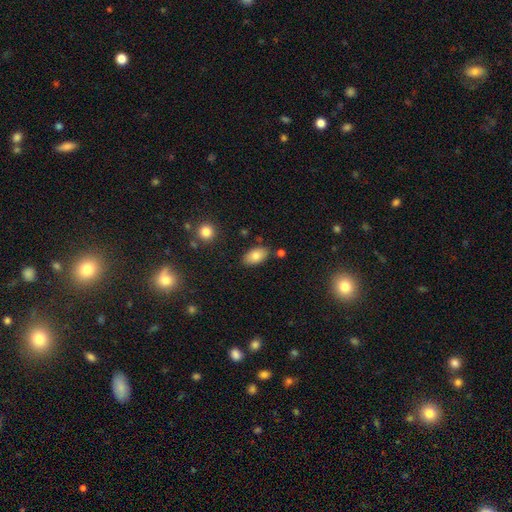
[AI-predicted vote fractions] smooth-or-featured: smooth: 81% | featured or disk: 11% | star or artifact: 8%
  how-rounded: in between: 92% | round: 5% | cigar-shaped: 3%
  merging: none: 81% | minor disturbance: 12% | merger: 4% | major disturbance: 3%